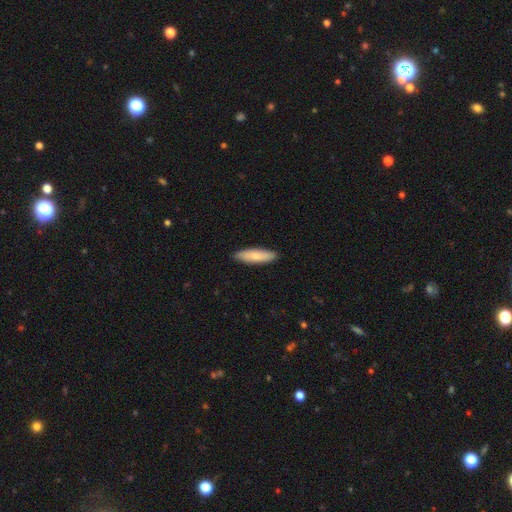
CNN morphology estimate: Overall: smooth (77%). How rounded: cigar-shaped (60%; in between 38%). Merging: none (89%).